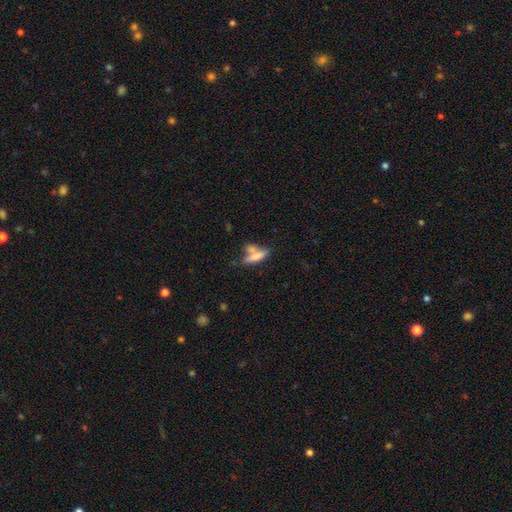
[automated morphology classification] This appears to be a smooth galaxy with no disk features (67%) that is cigar-shaped (58%). Merging: none (41%).